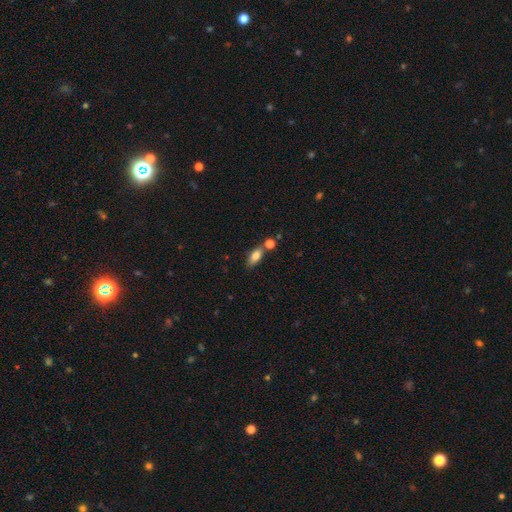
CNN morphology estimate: This is likely a smooth galaxy (80%). How rounded: clearly in between (81%). Merging: likely none (60%).